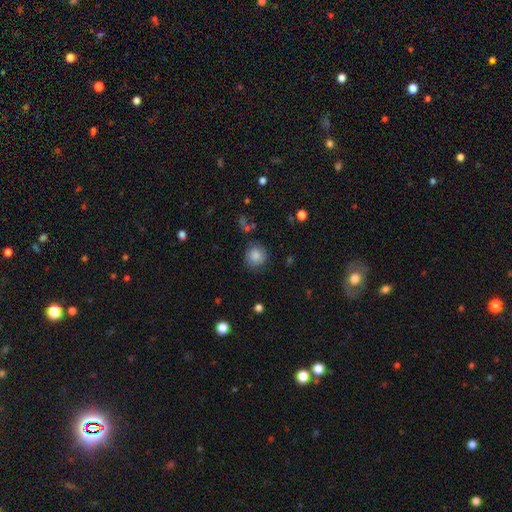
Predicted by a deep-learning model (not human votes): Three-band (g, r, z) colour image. It shows a smooth galaxy with no disk features (83%) that is round (90%). Merging: none (78%).